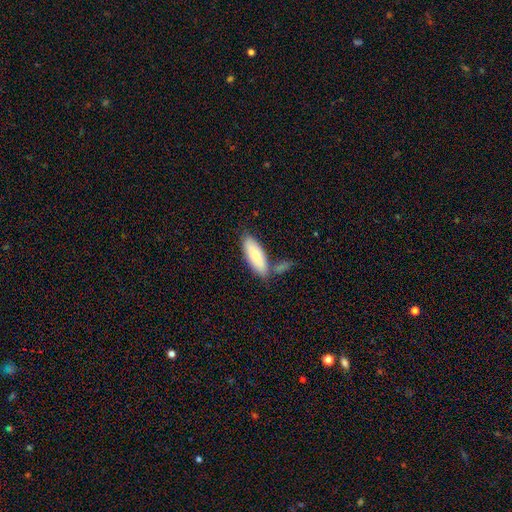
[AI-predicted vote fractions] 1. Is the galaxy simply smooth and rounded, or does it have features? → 76% smooth, 18% featured or disk, 6% star or artifact.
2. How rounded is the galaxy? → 69% in between, 29% cigar-shaped, 2% round.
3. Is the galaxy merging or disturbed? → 67% none, 15% minor disturbance, 14% merger, 4% major disturbance.